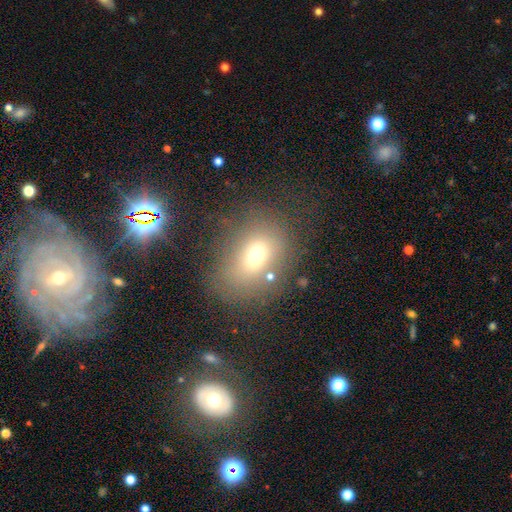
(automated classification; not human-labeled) Morphology: type=smooth (67%); roundness=in between (58%); merging=none (67%).